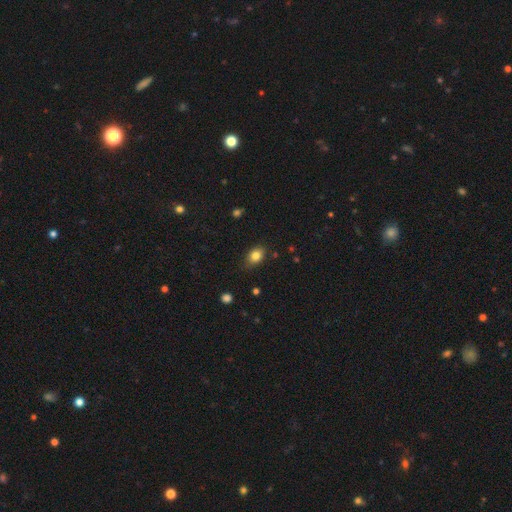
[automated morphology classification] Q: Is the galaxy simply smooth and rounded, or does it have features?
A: smooth — 83%.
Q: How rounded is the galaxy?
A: in between — 76%.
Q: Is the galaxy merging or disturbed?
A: none — 78%.